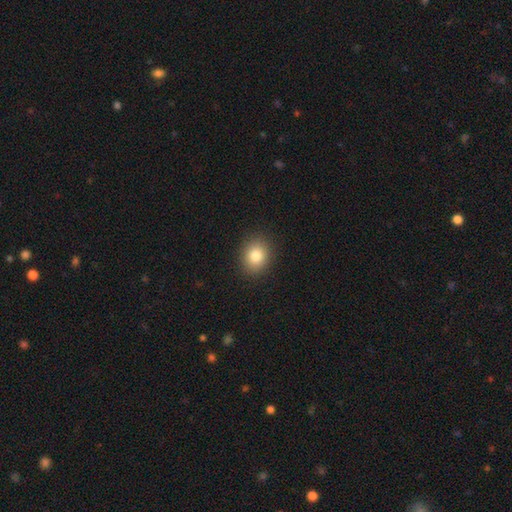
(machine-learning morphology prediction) Q: Smooth or featured?
A: smooth (83%); runner-up: star or artifact (10%)
Q: How rounded?
A: round (59%); runner-up: in between (40%)
Q: Merging?
A: none (90%); runner-up: minor disturbance (7%)